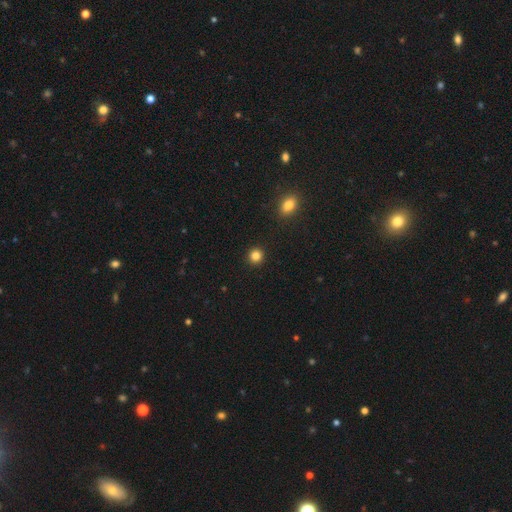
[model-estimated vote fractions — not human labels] Smooth or featured?
  - smooth: 84% *
  - star or artifact: 12%
  - featured or disk: 4%
How rounded?
  - round: 93% *
  - in between: 6%
  - cigar-shaped: 1%
Merging?
  - none: 93% *
  - minor disturbance: 4%
  - major disturbance: 2%
  - merger: 1%